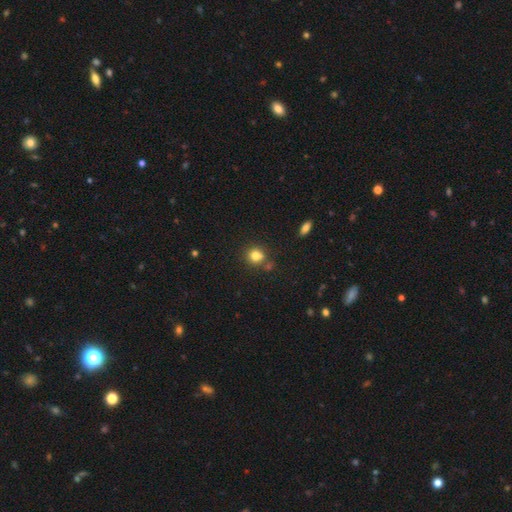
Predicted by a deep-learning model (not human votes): Overall: smooth (79%). How rounded: round (83%). Merging: none (68%).